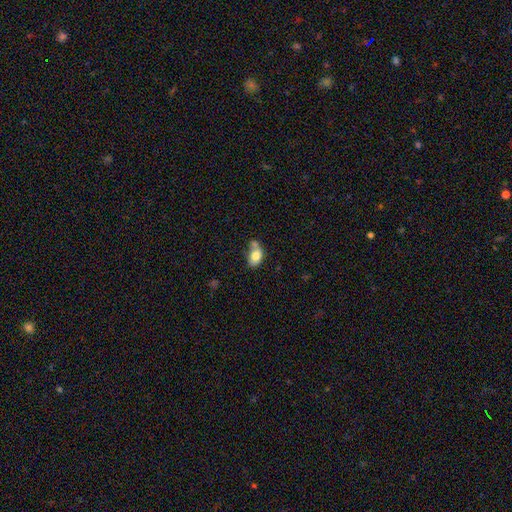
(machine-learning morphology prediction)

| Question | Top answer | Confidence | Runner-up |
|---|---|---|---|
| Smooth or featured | smooth | 77% | featured or disk (15%) |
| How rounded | in between | 82% | round (16%) |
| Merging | none | 38% | merger (35%) |